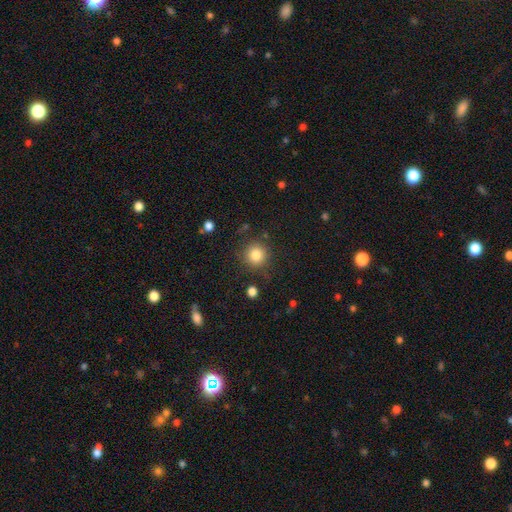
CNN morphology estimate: type=smooth (83%); roundness=round (93%); merging=none (85%).